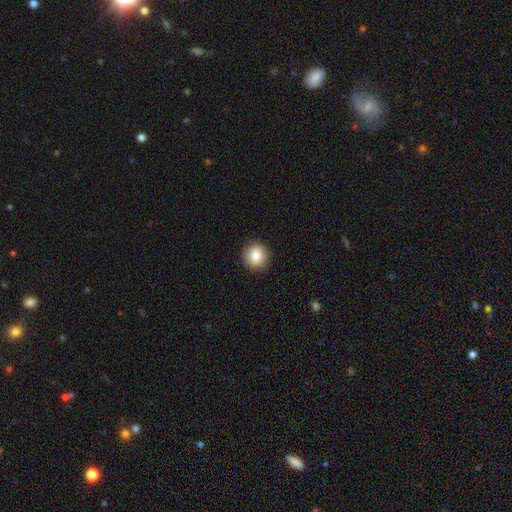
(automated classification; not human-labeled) smooth-or-featured: smooth: 84% | star or artifact: 9% | featured or disk: 7%
  how-rounded: round: 90% | in between: 9% | cigar-shaped: 1%
  merging: none: 92% | minor disturbance: 6% | major disturbance: 2% | merger: 1%